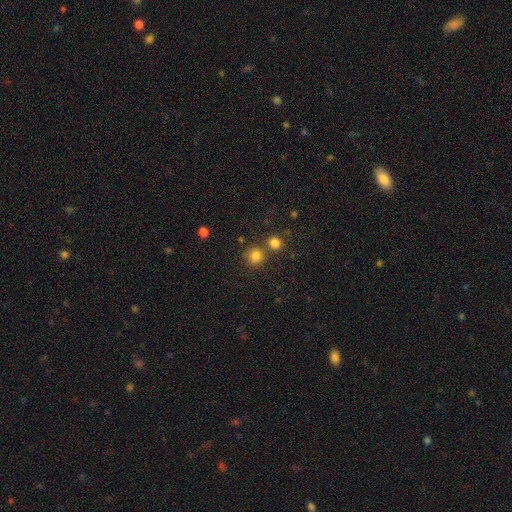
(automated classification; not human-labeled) Q: Smooth or featured?
A: smooth (81%); runner-up: star or artifact (14%)
Q: How rounded?
A: round (87%); runner-up: in between (12%)
Q: Merging?
A: none (69%); runner-up: merger (19%)